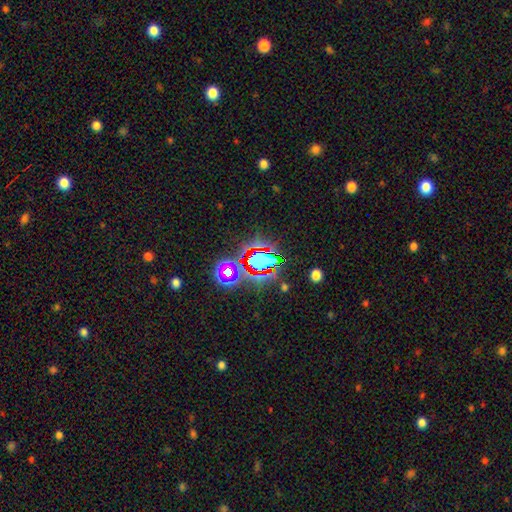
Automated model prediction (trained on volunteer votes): Smooth or featured: star or artifact — 69% (smooth — 19%)